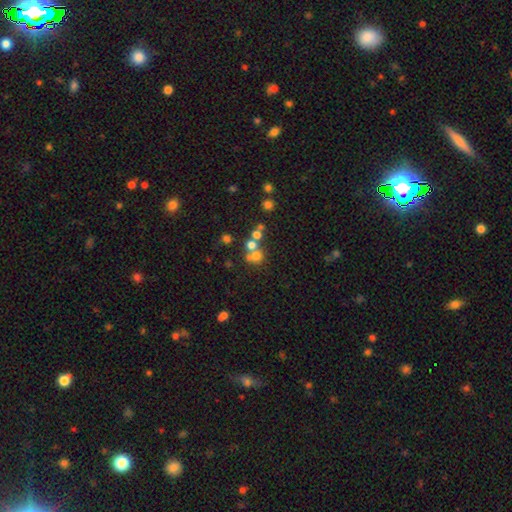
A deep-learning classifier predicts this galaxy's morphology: Smooth or featured: smooth — 61% (star or artifact — 22%)
How rounded: round — 84% (in between — 15%)
Merging: none — 46% (merger — 41%)